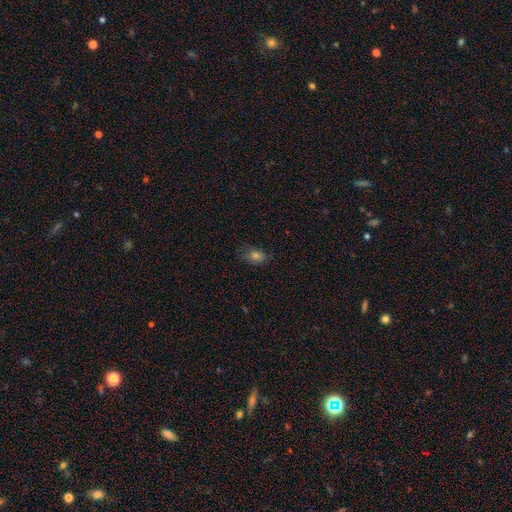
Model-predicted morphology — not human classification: Overall: smooth (72%). How rounded: in between (83%). Merging: none (67%).